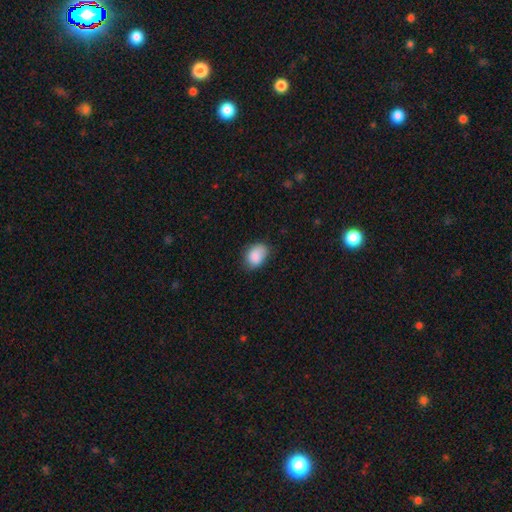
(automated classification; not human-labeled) A smooth galaxy with no disk features (88%) that is in between round and cigar-shaped (80%). Merging: none (72%).